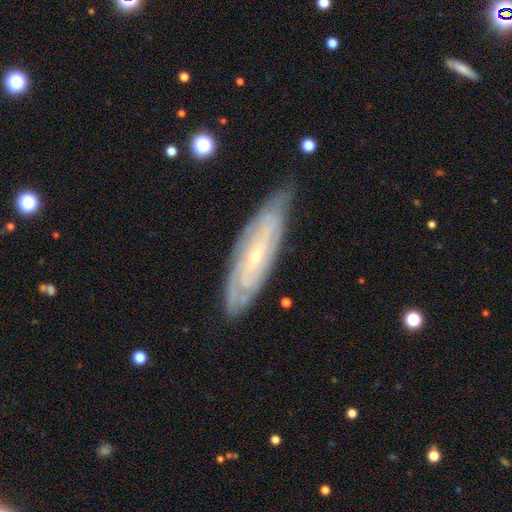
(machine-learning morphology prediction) featured or disk 76%, smooth 17%, star or artifact 6%. Down the decision tree: edge-on disk — no (76%); bar — no (62%); spiral arms — yes (89%); spiral arm count — can't tell (57%); spiral winding — tight (70%); bulge size — small (81%); merging — none (74%).